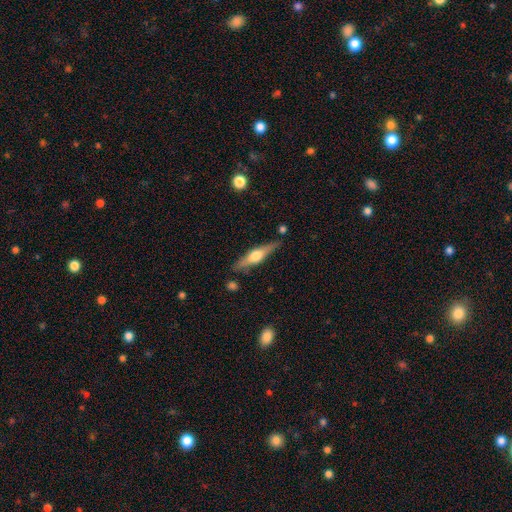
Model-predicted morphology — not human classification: A featured or disk galaxy (61%) viewed edge-on (95%) with a rounded central bulge (92%). Merging: none (82%).